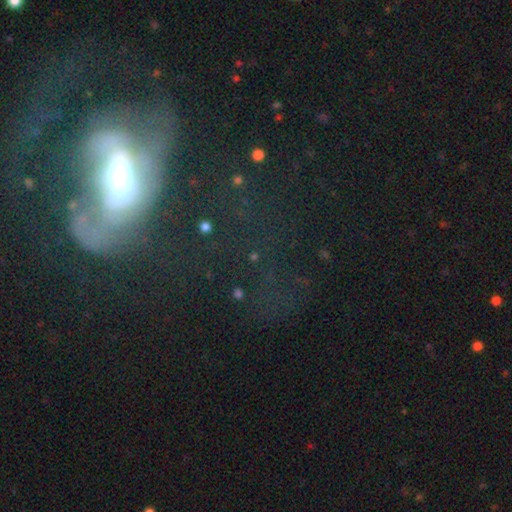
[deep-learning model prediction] A featured or disk galaxy (40%). Merging: none (48%).